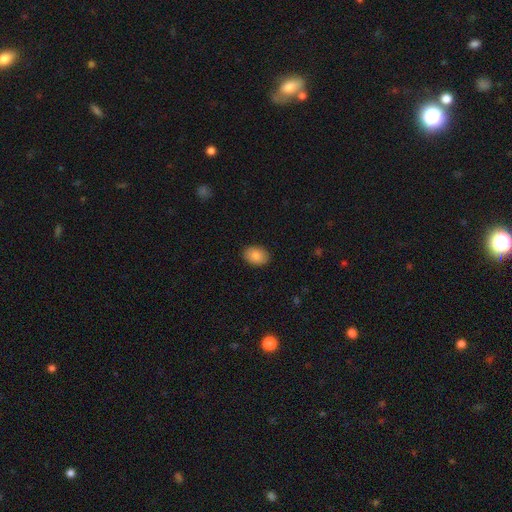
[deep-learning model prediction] Q: Smooth or featured?
A: smooth (87%); runner-up: star or artifact (7%)
Q: How rounded?
A: in between (80%); runner-up: round (19%)
Q: Merging?
A: none (89%); runner-up: minor disturbance (8%)